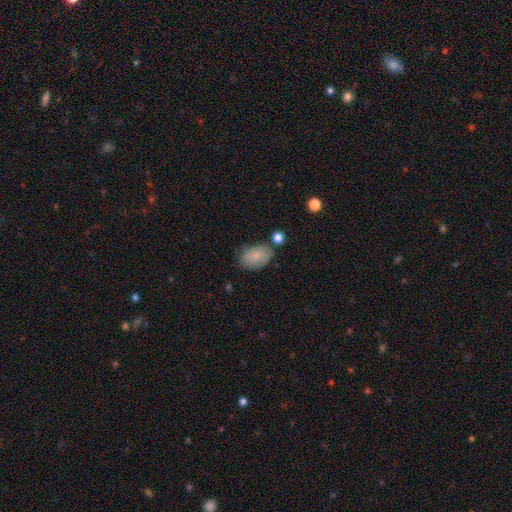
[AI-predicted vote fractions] smooth 82%, featured or disk 11%, star or artifact 7%. Down the decision tree: how rounded — in between (90%); merging — none (67%).